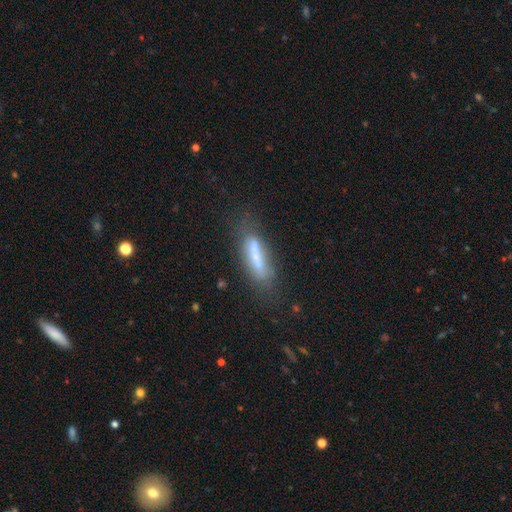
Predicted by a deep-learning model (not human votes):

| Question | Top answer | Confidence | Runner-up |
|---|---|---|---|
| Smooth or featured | smooth | 50% | featured or disk (40%) |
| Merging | none | 51% | minor disturbance (20%) |